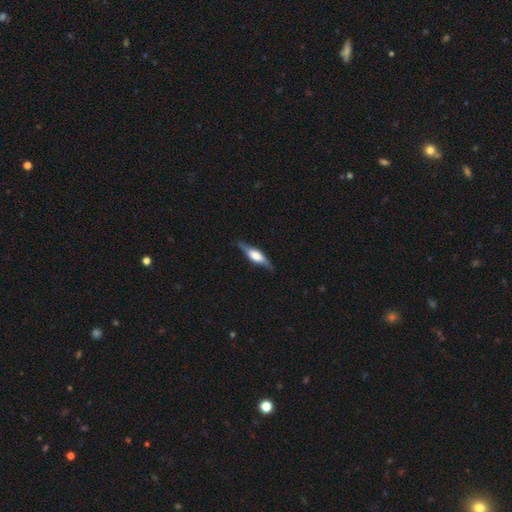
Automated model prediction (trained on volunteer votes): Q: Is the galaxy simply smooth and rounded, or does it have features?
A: featured or disk — 63%.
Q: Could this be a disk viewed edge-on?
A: yes — 91%.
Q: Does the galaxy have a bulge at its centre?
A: rounded — 72%.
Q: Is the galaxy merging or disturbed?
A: none — 81%.